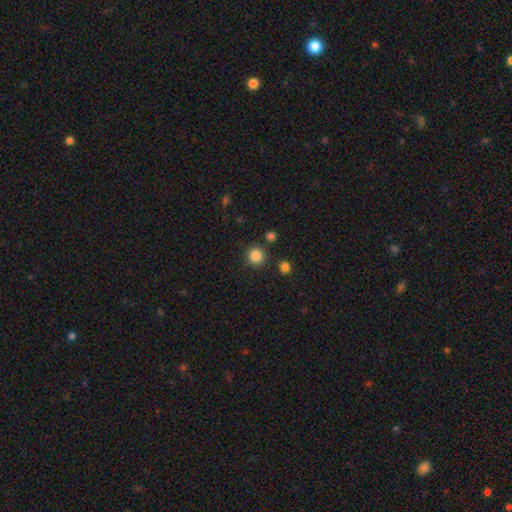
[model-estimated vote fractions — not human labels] A smooth galaxy with no disk features (86%) that is round (93%). Merging: none (86%).